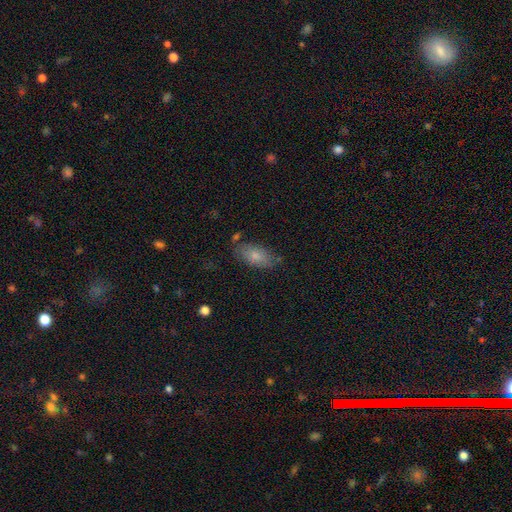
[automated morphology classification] Smooth or featured: smooth — 76% (featured or disk — 16%)
How rounded: in between — 88% (cigar-shaped — 9%)
Merging: none — 72% (minor disturbance — 18%)